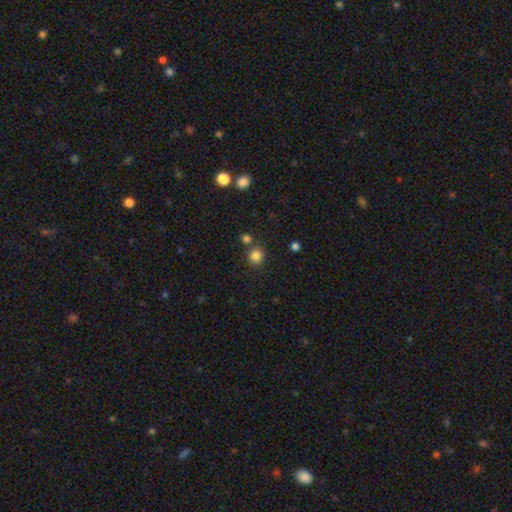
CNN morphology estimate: Overall: smooth (83%). How rounded: round (82%). Merging: none (75%).